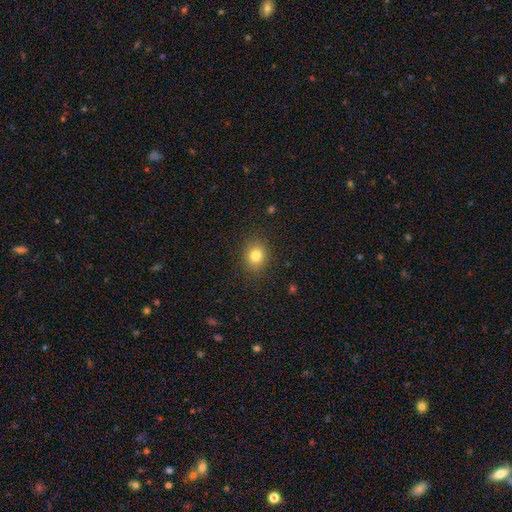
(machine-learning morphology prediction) A smooth galaxy with no disk features (81%) that is round (63%). Merging: none (87%).